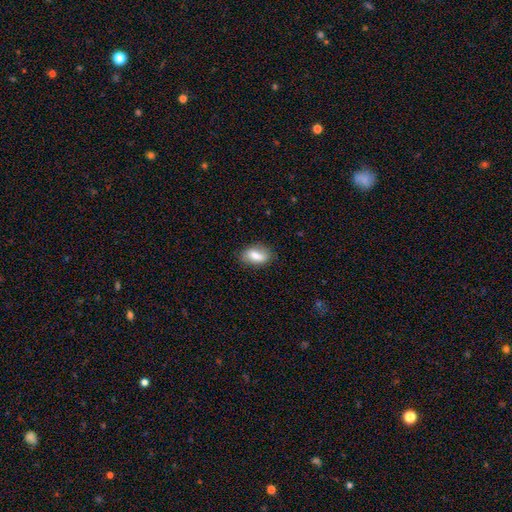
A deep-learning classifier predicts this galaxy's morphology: smooth-or-featured: smooth: 76% | featured or disk: 17% | star or artifact: 7%
  how-rounded: in between: 87% | round: 7% | cigar-shaped: 6%
  merging: none: 78% | minor disturbance: 17% | major disturbance: 4% | merger: 2%